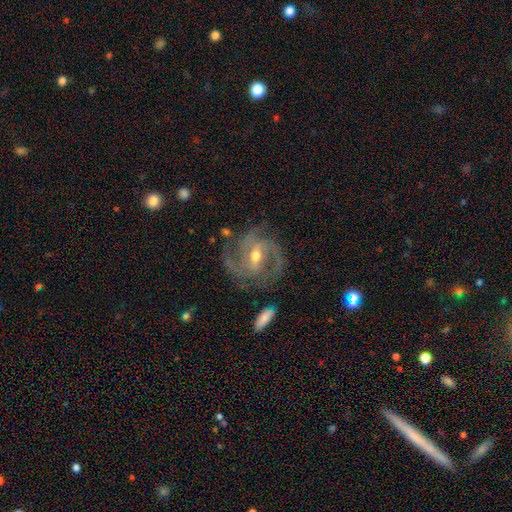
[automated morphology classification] Smooth or featured? featured or disk (90%)
Edge-on disk? no (97%)
Bar? weak (51%)
Spiral arms? yes (97%)
Spiral winding? medium (51%)
Spiral arm count? 2 (47%)
Bulge size? moderate (65%)
Merging? none (72%)